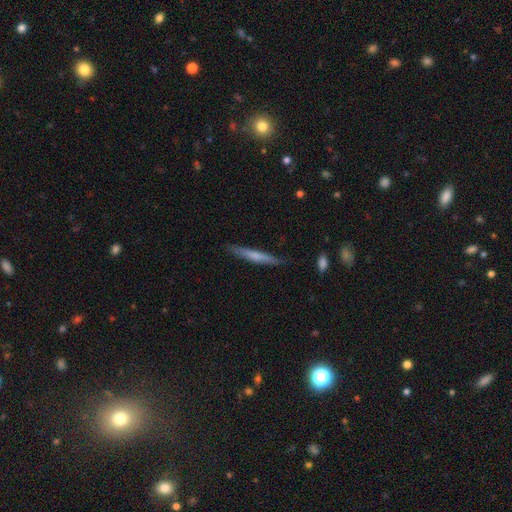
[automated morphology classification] This is possibly a smooth galaxy (57%). How rounded: clearly cigar-shaped (95%). Merging: clearly none (85%).